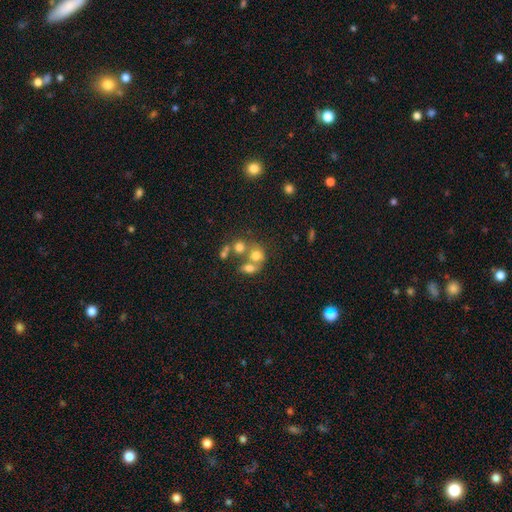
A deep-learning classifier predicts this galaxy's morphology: Q: Smooth or featured?
A: smooth (67%); runner-up: featured or disk (18%)
Q: How rounded?
A: round (68%); runner-up: in between (31%)
Q: Merging?
A: merger (49%); runner-up: none (35%)